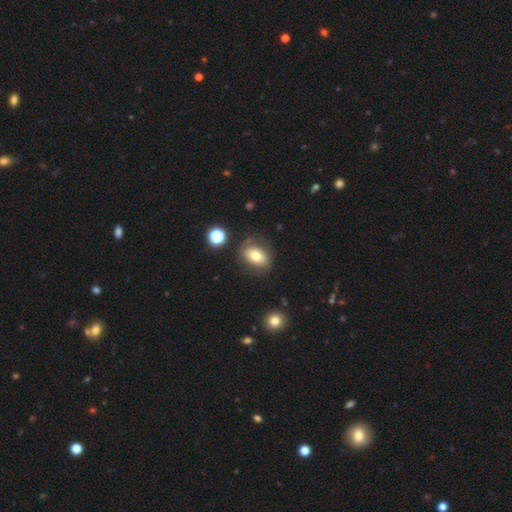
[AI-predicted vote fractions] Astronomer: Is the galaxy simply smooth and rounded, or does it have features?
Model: smooth — 70%.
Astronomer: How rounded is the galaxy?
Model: in between — 77%.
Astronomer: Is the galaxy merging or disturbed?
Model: none — 75%.